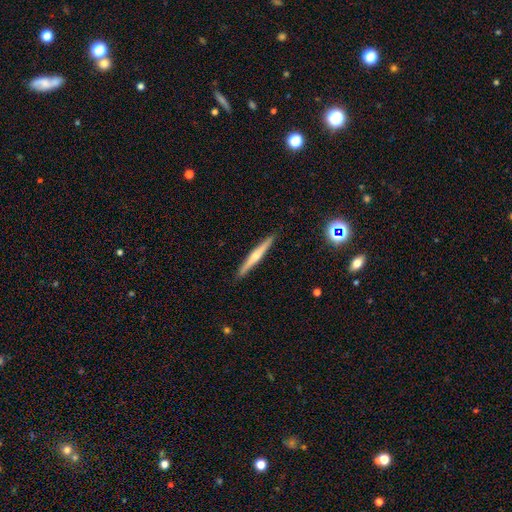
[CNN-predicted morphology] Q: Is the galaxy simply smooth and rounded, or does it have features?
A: featured or disk — 62%.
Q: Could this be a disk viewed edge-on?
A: yes — 98%.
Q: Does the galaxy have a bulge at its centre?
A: rounded — 77%.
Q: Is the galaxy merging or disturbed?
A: none — 92%.